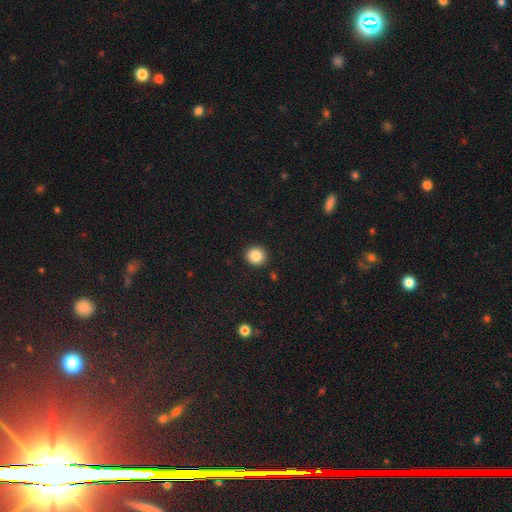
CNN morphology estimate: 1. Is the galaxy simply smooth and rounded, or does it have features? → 85% smooth, 9% star or artifact, 5% featured or disk.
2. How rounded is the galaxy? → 90% round, 9% in between, 1% cigar-shaped.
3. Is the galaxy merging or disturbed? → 92% none, 5% minor disturbance, 2% major disturbance, 1% merger.